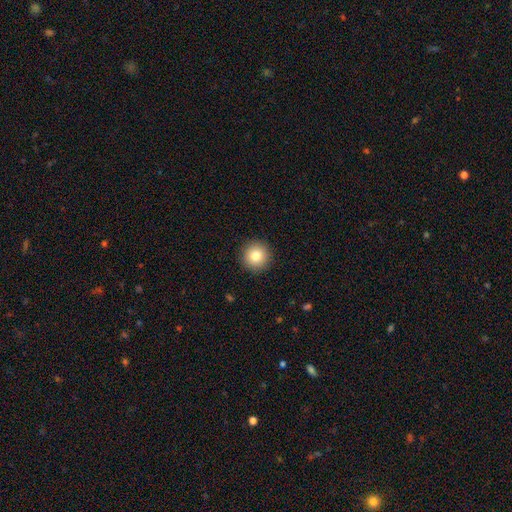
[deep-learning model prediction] The model was most divided on "smooth or featured": smooth: 82%, star or artifact: 10%, featured or disk: 8%. More confident: how rounded — round (95%); merging — none (92%).